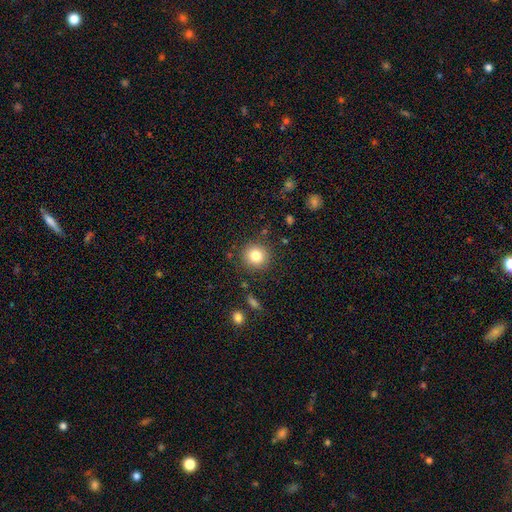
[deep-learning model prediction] Overall: smooth (81%). How rounded: round (93%). Merging: none (88%).